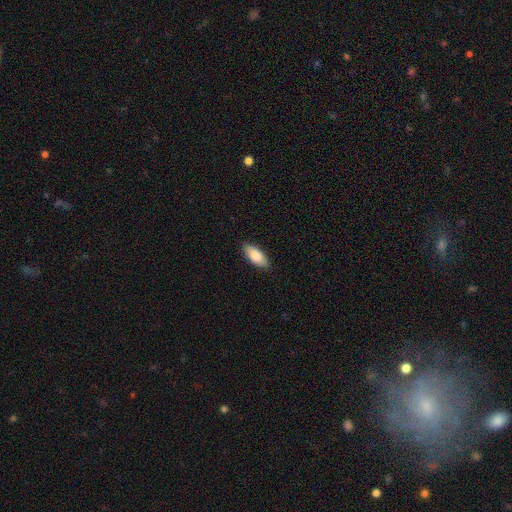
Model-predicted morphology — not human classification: Q: Smooth or featured?
A: smooth (83%); runner-up: featured or disk (12%)
Q: How rounded?
A: in between (83%); runner-up: cigar-shaped (15%)
Q: Merging?
A: none (88%); runner-up: minor disturbance (10%)